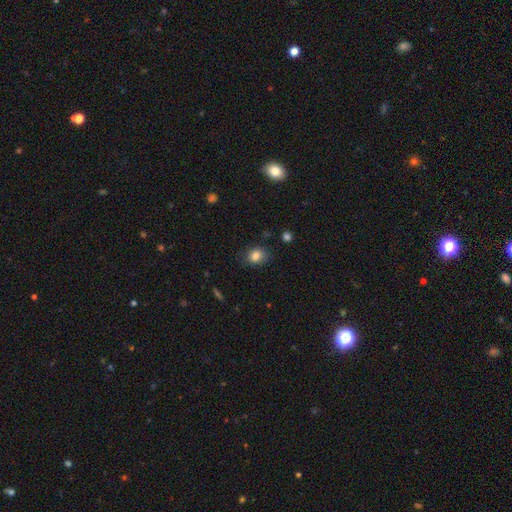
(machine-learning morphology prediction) type=smooth (83%); roundness=in between (50%); merging=none (81%).